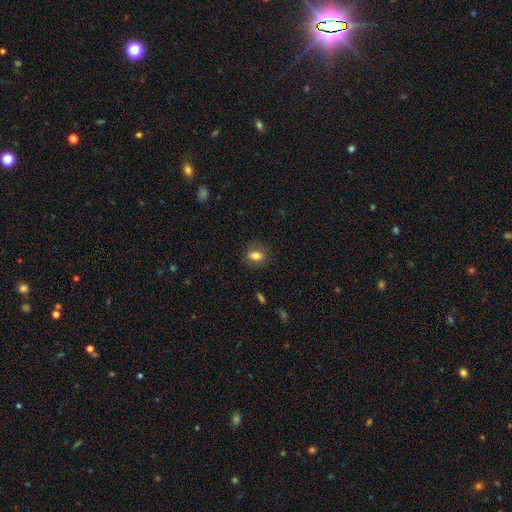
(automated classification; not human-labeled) Morphology: type=smooth (80%); roundness=in between (76%); merging=none (83%).